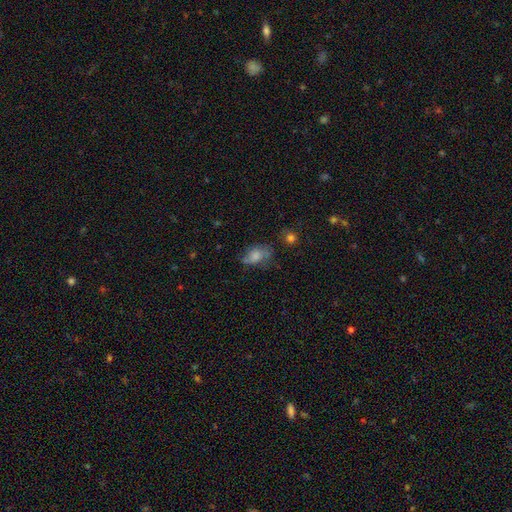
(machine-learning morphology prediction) Smooth or featured?
  - smooth: 63% *
  - featured or disk: 26%
  - star or artifact: 11%
How rounded?
  - in between: 83% *
  - round: 14%
  - cigar-shaped: 3%
Merging?
  - none: 43% *
  - minor disturbance: 31%
  - major disturbance: 21%
  - merger: 5%